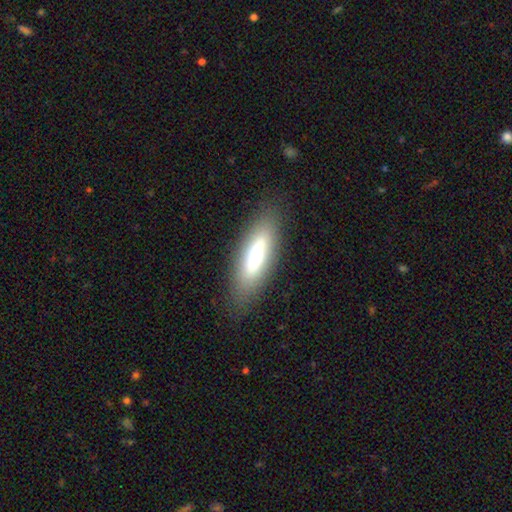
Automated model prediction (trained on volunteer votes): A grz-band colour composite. It shows a smooth galaxy with no disk features (62%) that is cigar-shaped (52%). Merging: none (86%).